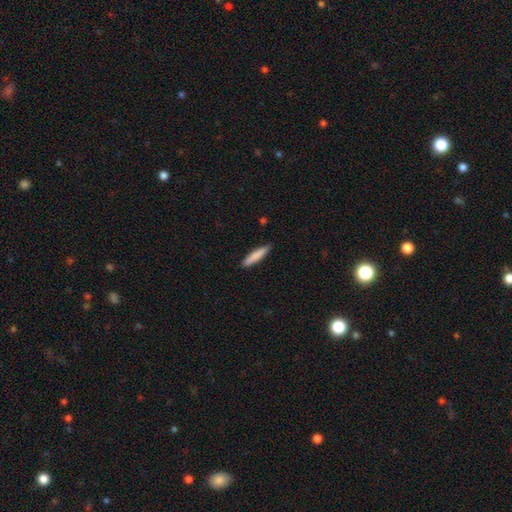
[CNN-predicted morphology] Smooth or featured?
  - smooth: 83% *
  - featured or disk: 11%
  - star or artifact: 5%
How rounded?
  - cigar-shaped: 88% *
  - in between: 10%
  - round: 1%
Merging?
  - none: 89% *
  - minor disturbance: 8%
  - major disturbance: 2%
  - merger: 1%